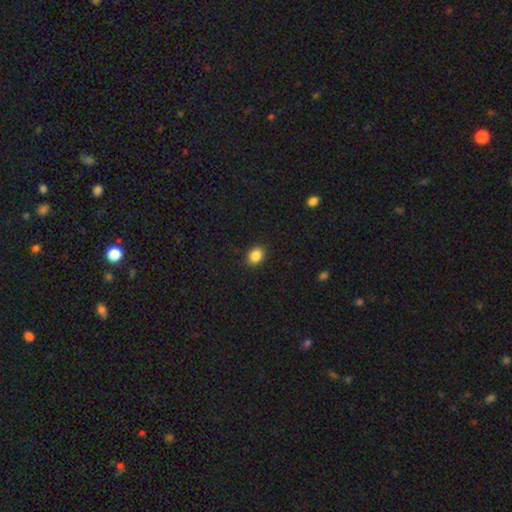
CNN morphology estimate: smooth-or-featured: smooth: 86% | star or artifact: 9% | featured or disk: 4%
  how-rounded: in between: 53% | round: 46% | cigar-shaped: 1%
  merging: none: 90% | minor disturbance: 7% | major disturbance: 2% | merger: 1%